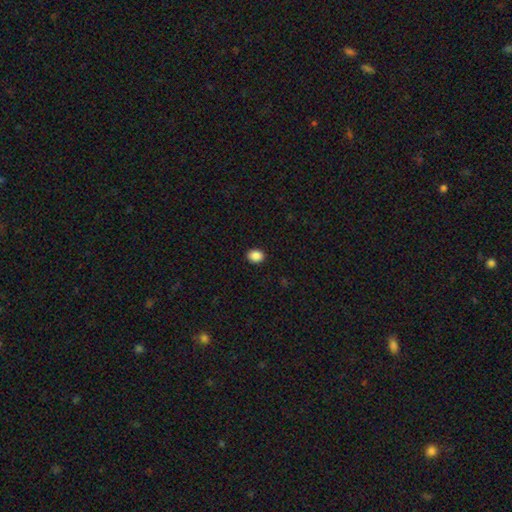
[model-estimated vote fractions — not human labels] Smooth or featured? smooth (89%)
How rounded? round (50%)
Merging? none (92%)